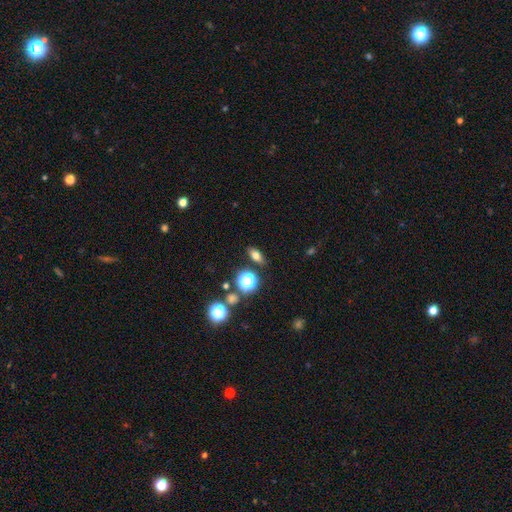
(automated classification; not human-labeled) smooth 68%, star or artifact 17%, featured or disk 15%. Down the decision tree: how rounded — in between (71%); merging — none (85%).